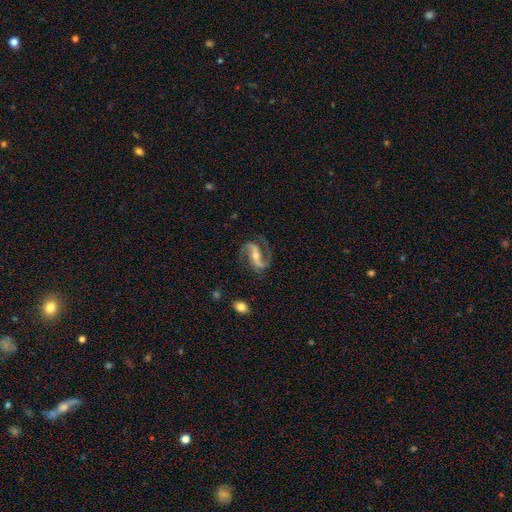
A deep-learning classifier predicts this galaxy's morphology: Smooth or featured?
  - featured or disk: 91% *
  - star or artifact: 5%
  - smooth: 4%
Edge-on disk?
  - no: 97% *
  - yes: 3%
Bar?
  - strong: 48% *
  - weak: 30%
  - no: 23%
Spiral arms?
  - yes: 98% *
  - no: 2%
Spiral winding?
  - medium: 50% *
  - loose: 36%
  - tight: 14%
Spiral arm count?
  - 2: 92% *
  - 1: 3%
  - can't tell: 2%
  - 3: 1%
  - 4: 1%
  - more than 4: 1%
Bulge size?
  - small: 48% *
  - moderate: 47%
  - large: 2%
  - none: 2%
  - dominant: 1%
Merging?
  - none: 77% *
  - minor disturbance: 14%
  - major disturbance: 8%
  - merger: 2%